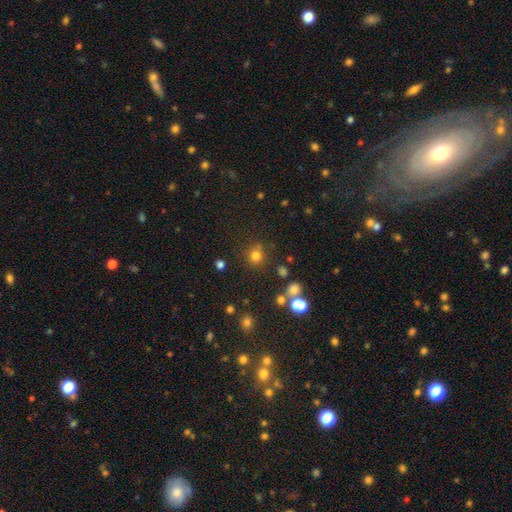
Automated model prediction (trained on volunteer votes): Q: Smooth or featured?
A: smooth (76%); runner-up: star or artifact (18%)
Q: How rounded?
A: round (89%); runner-up: in between (10%)
Q: Merging?
A: none (79%); runner-up: minor disturbance (11%)